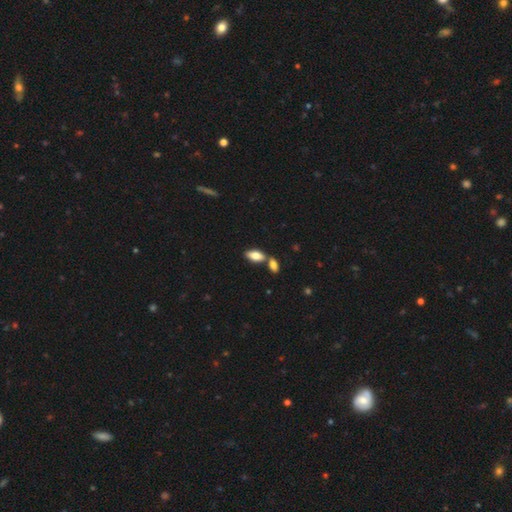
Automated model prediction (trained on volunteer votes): The model was most divided on "merging": none: 58%, merger: 30%, minor disturbance: 10%, major disturbance: 3%. More confident: how rounded — in between (89%); smooth or featured — smooth (78%).